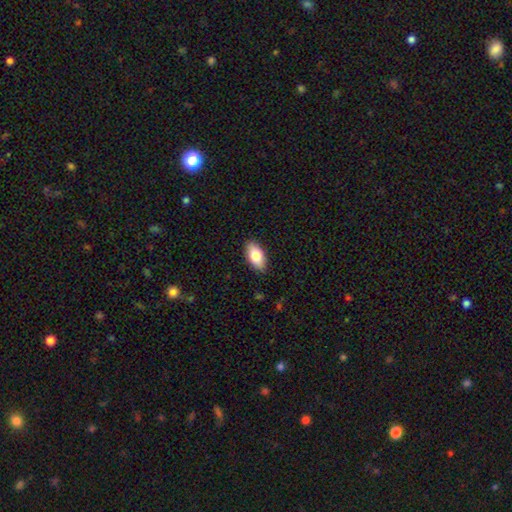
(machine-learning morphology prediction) smooth_or_featured: smooth (p=0.80) [alt: featured or disk p=0.13]
how_rounded: in between (p=0.91) [alt: cigar-shaped p=0.06]
merging: none (p=0.88) [alt: minor disturbance p=0.09]